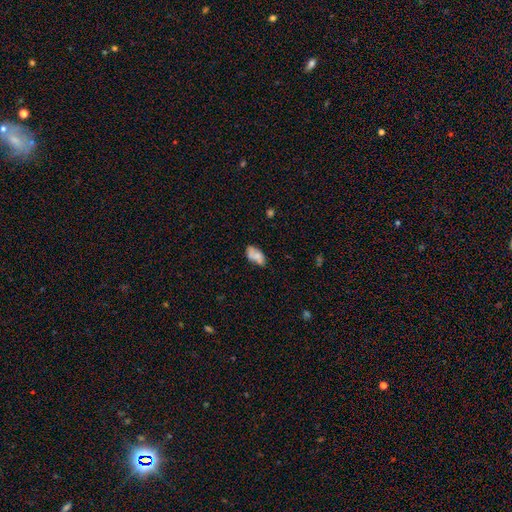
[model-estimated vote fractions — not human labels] Overall: smooth (69%). How rounded: in between (91%). Merging: none (49%; minor disturbance 29%).